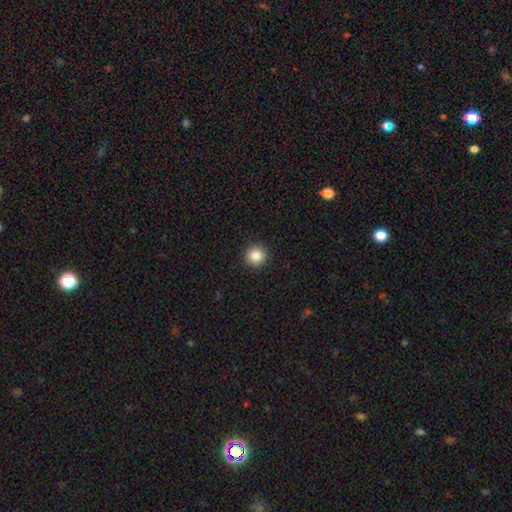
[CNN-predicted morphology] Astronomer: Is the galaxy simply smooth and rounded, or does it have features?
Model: smooth — 87%.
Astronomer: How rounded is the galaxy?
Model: round — 95%.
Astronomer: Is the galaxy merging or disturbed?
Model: none — 92%.